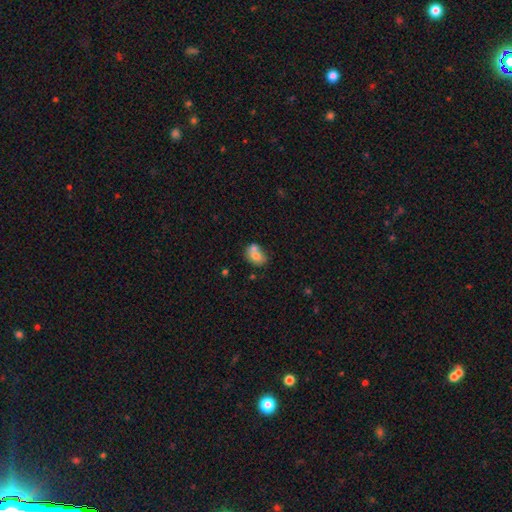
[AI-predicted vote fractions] smooth_or_featured: smooth (p=0.72) [alt: featured or disk p=0.19]
how_rounded: in between (p=0.65) [alt: round p=0.34]
merging: merger (p=0.48) [alt: none p=0.35]